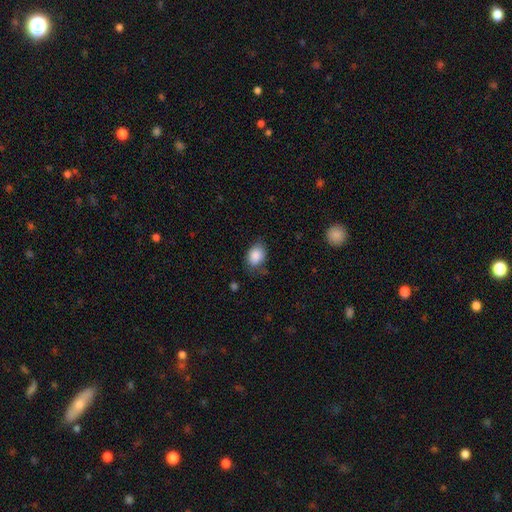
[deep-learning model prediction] This appears to be a smooth galaxy with no disk features (86%) that is in between round and cigar-shaped (74%). Merging: none (67%).